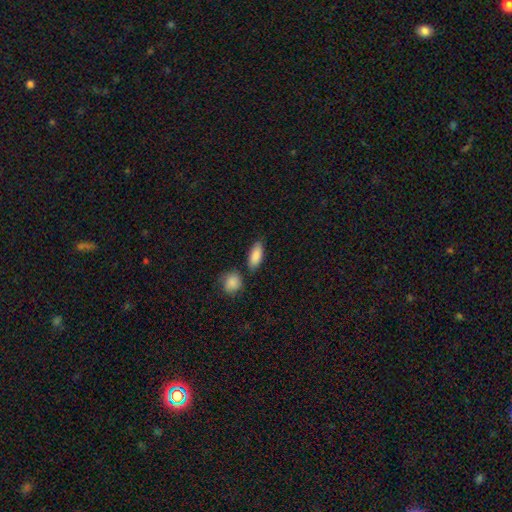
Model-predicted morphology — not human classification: smooth_or_featured: smooth (p=0.87) [alt: featured or disk p=0.07]
how_rounded: in between (p=0.80) [alt: cigar-shaped p=0.17]
merging: none (p=0.75) [alt: minor disturbance p=0.13]